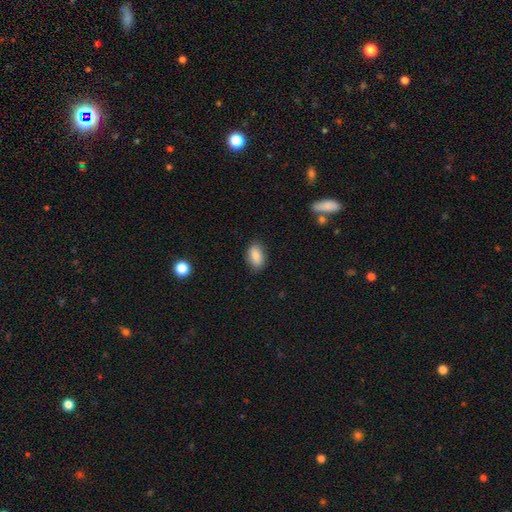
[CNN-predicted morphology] Smooth or featured? Predicted: smooth (p=0.86). How rounded? Predicted: in between (p=0.90). Merging? Predicted: none (p=0.84).